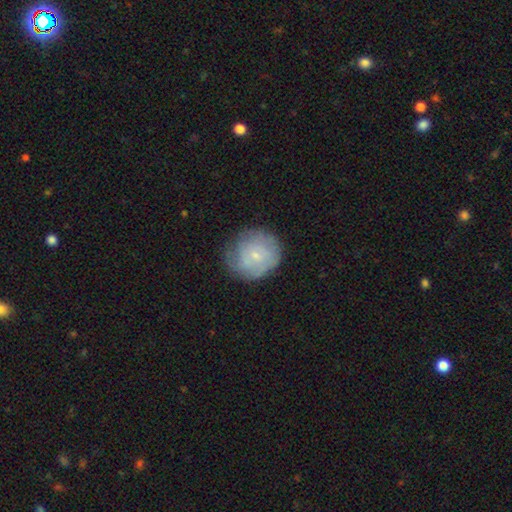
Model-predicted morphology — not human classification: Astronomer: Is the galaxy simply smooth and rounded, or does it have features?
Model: smooth — 48% (runner-up: featured or disk, 44%).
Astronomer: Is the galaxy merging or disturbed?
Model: none — 67%.